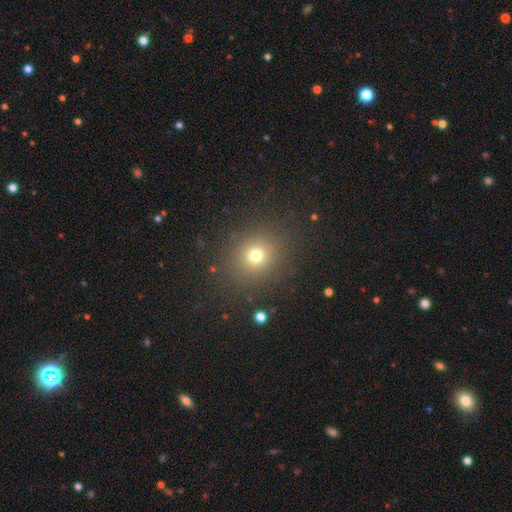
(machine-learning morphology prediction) Q: Smooth or featured?
A: smooth (71%); runner-up: star or artifact (19%)
Q: How rounded?
A: round (81%); runner-up: in between (18%)
Q: Merging?
A: none (86%); runner-up: minor disturbance (8%)